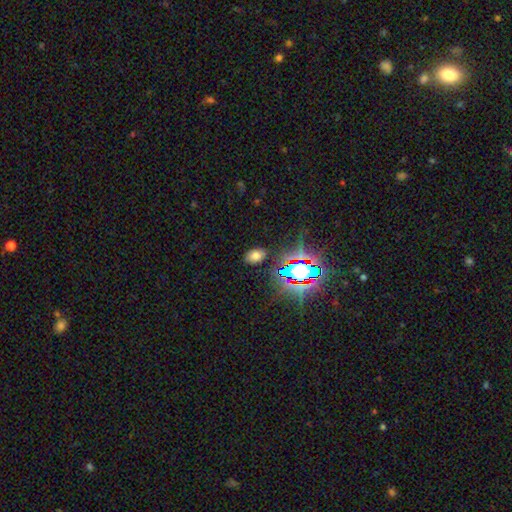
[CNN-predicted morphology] smooth 63%, star or artifact 28%, featured or disk 9%. Down the decision tree: how rounded — in between (83%); merging — none (85%).